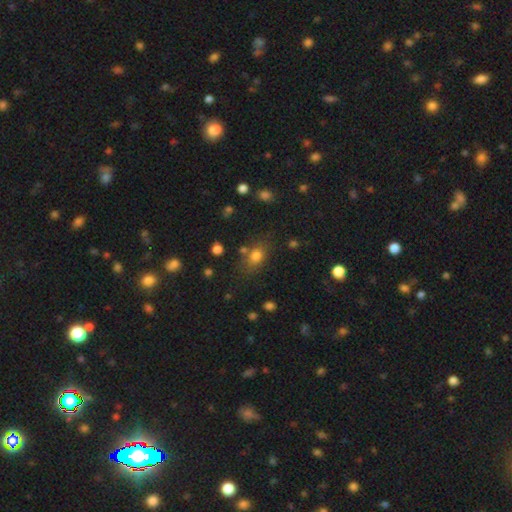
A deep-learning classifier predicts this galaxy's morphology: The model was most divided on "how rounded": in between: 65%, round: 33%, cigar-shaped: 3%. More confident: smooth or featured — smooth (77%); merging — none (68%).